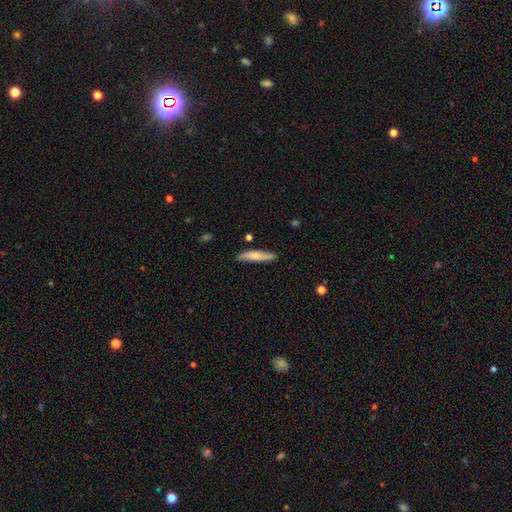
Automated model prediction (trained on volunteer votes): smooth-or-featured: smooth: 72% | featured or disk: 22% | star or artifact: 6%
  how-rounded: cigar-shaped: 83% | in between: 15% | round: 2%
  merging: none: 84% | minor disturbance: 12% | major disturbance: 2% | merger: 2%